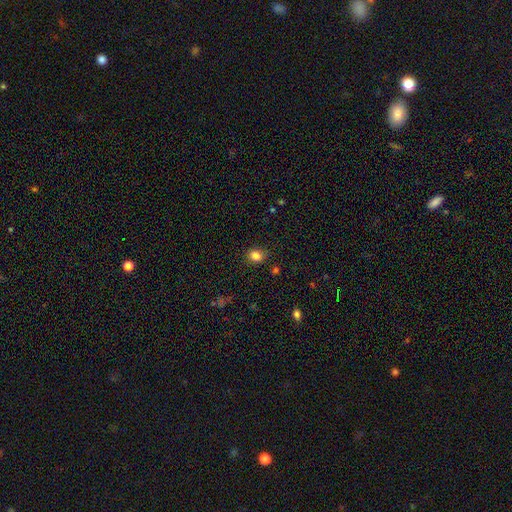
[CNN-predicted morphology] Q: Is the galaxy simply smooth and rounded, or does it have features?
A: smooth — 83%.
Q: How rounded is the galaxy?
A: round — 60%.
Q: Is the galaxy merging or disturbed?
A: none — 84%.